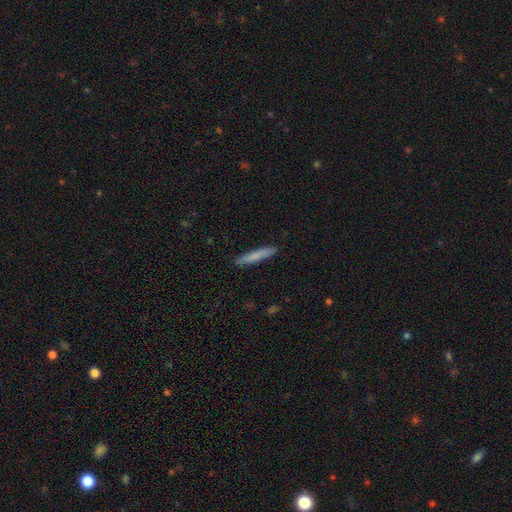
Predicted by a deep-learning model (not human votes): smooth 73%, featured or disk 21%, star or artifact 6%. Down the decision tree: how rounded — cigar-shaped (94%); merging — none (91%).